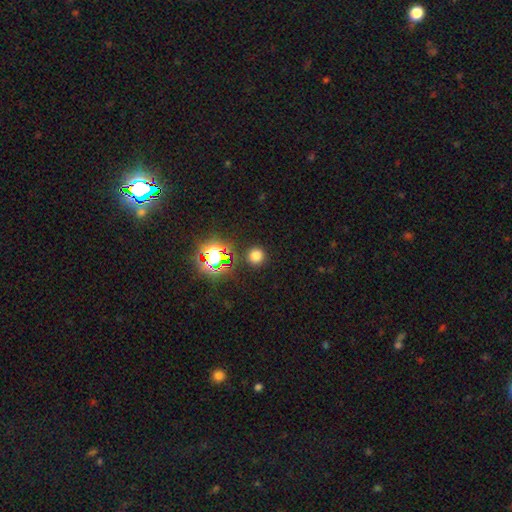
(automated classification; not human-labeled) A smooth galaxy with no disk features (70%) that is round (93%).

Vote fractions:
- Smooth or featured? smooth: 70% / star or artifact: 25% / featured or disk: 5%
- How rounded? round: 93% / in between: 6% / cigar-shaped: 1%
- Merging? none: 88% / minor disturbance: 6% / merger: 3% / major disturbance: 3%